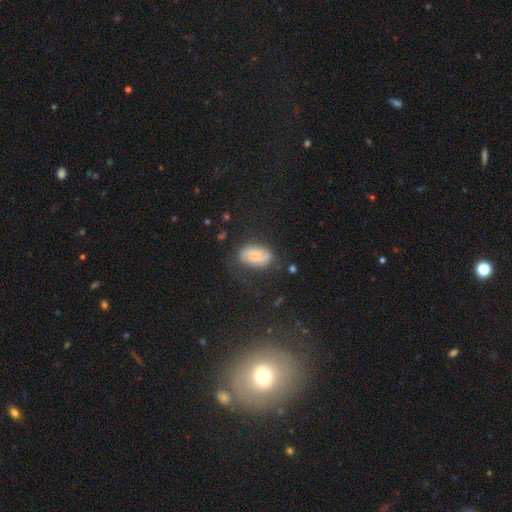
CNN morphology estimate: Smooth or featured? Predicted: smooth (p=0.59). How rounded? Predicted: in between (p=0.91). Merging? Predicted: none (p=0.61).